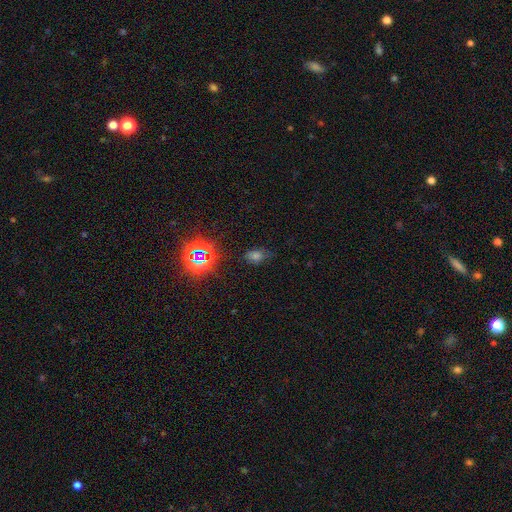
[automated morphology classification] Q: Smooth or featured?
A: star or artifact (46%); runner-up: smooth (43%)